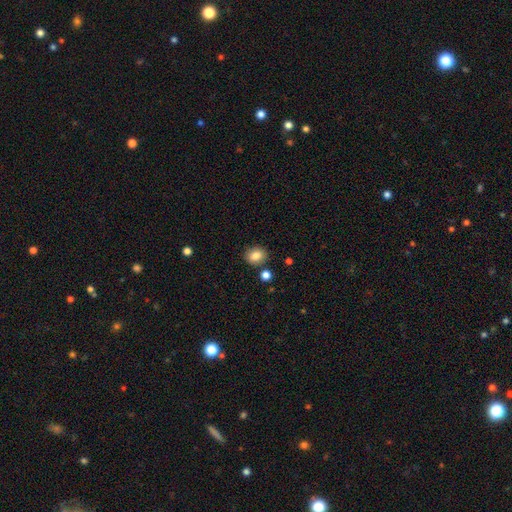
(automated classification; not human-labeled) Q: Smooth or featured?
A: smooth (84%); runner-up: star or artifact (10%)
Q: How rounded?
A: round (58%); runner-up: in between (41%)
Q: Merging?
A: none (84%); runner-up: minor disturbance (9%)